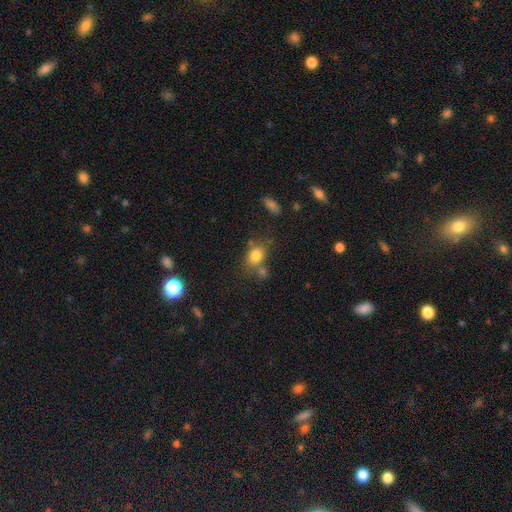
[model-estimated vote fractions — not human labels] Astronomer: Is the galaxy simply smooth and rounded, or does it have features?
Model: smooth — 80%.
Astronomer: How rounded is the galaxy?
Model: in between — 54% (runner-up: round, 44%).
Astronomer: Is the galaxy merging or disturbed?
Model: none — 58%.